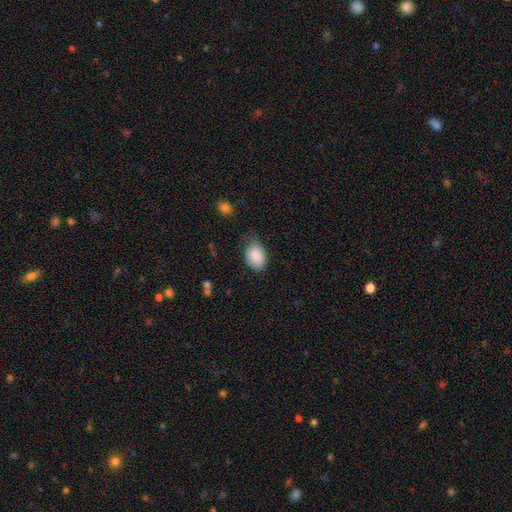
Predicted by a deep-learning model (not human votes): Smooth or featured? Predicted: smooth (p=0.87). How rounded? Predicted: in between (p=0.81). Merging? Predicted: none (p=0.58).